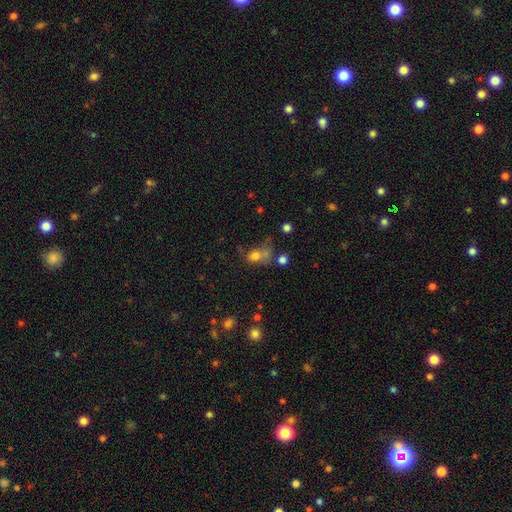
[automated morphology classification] This is likely a smooth galaxy (69%). How rounded: possibly in between (57%). Merging: marginally none (31%).